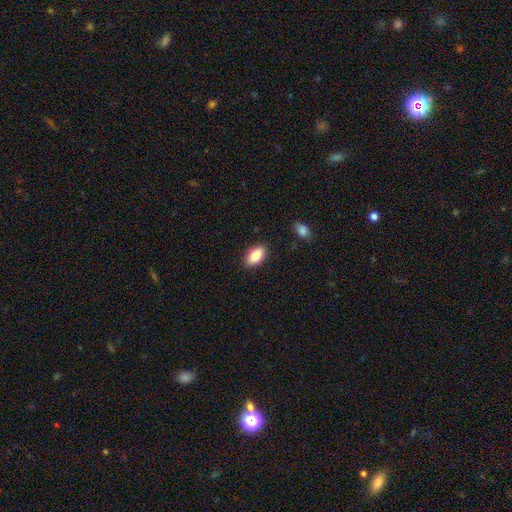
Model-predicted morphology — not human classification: Overall: smooth (84%). How rounded: in between (91%). Merging: none (88%).